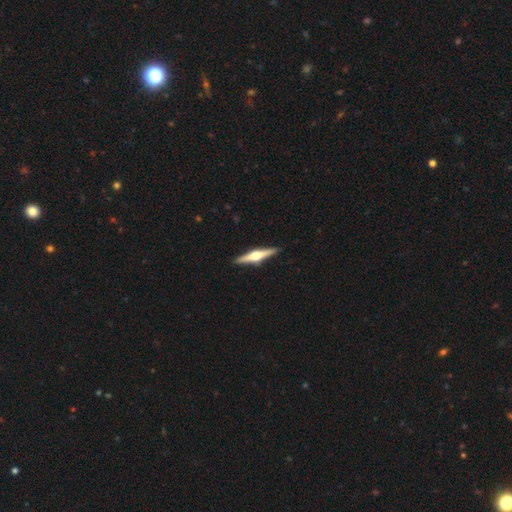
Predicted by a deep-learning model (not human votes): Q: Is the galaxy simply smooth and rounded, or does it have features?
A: featured or disk — 76%.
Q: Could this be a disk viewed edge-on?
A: yes — 98%.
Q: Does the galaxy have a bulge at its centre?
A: rounded — 94%.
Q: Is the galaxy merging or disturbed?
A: none — 92%.